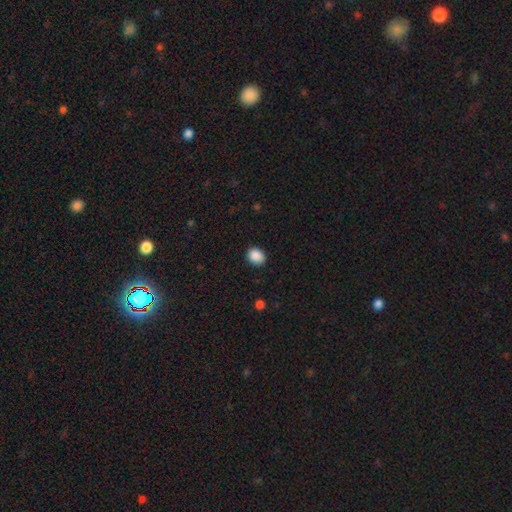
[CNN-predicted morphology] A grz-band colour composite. It shows a smooth galaxy with no disk features (89%) that is round (55%). Merging: none (87%).